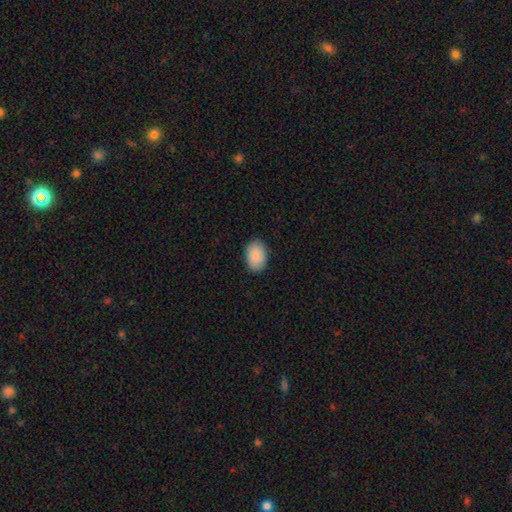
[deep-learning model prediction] Q: Smooth or featured?
A: smooth (89%); runner-up: star or artifact (6%)
Q: How rounded?
A: in between (86%); runner-up: round (13%)
Q: Merging?
A: none (87%); runner-up: minor disturbance (10%)